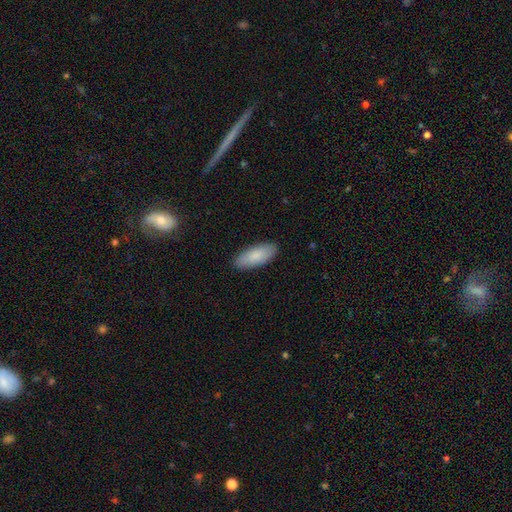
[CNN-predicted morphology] This appears to be a smooth galaxy with no disk features (86%) that is in between round and cigar-shaped (77%). Merging: none (89%).